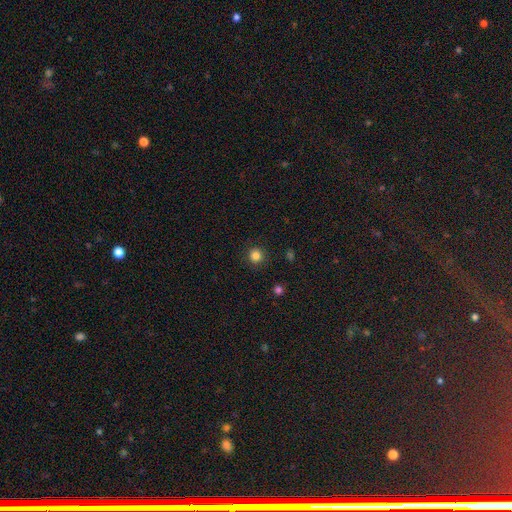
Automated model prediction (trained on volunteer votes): smooth-or-featured: smooth: 84% | star or artifact: 13% | featured or disk: 4%
  how-rounded: round: 93% | in between: 6% | cigar-shaped: 1%
  merging: none: 90% | minor disturbance: 6% | major disturbance: 2% | merger: 1%